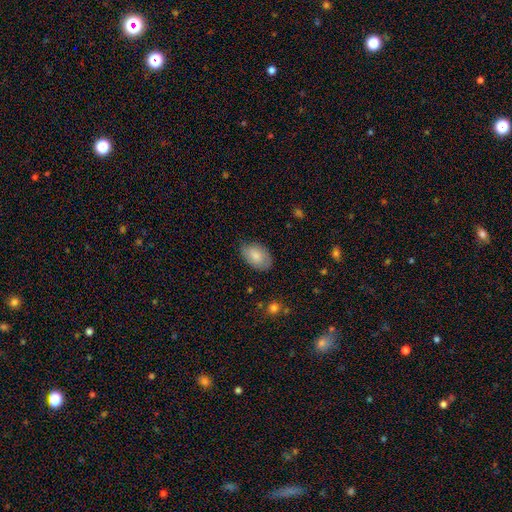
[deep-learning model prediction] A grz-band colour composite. It shows a smooth galaxy with no disk features (81%) that is in between round and cigar-shaped (91%). Merging: none (76%).